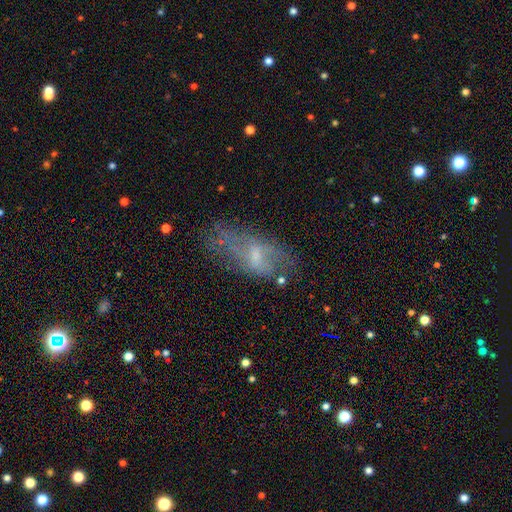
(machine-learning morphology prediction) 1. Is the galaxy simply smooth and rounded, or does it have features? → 51% featured or disk, 39% smooth, 10% star or artifact.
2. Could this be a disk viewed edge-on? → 85% no, 15% yes.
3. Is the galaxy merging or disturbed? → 53% none, 25% minor disturbance, 18% major disturbance, 4% merger.